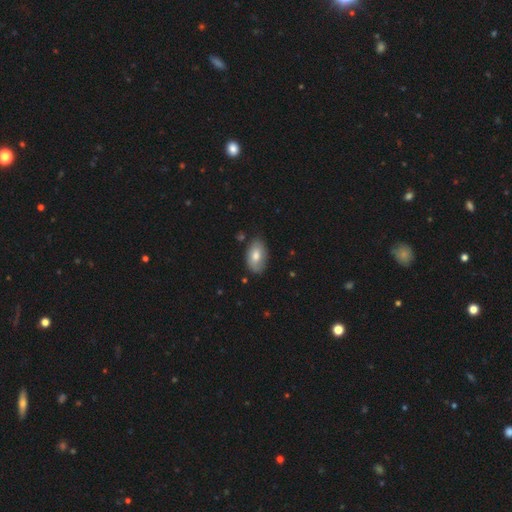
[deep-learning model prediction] Smooth or featured? smooth (71%)
How rounded? in between (93%)
Merging? none (76%)